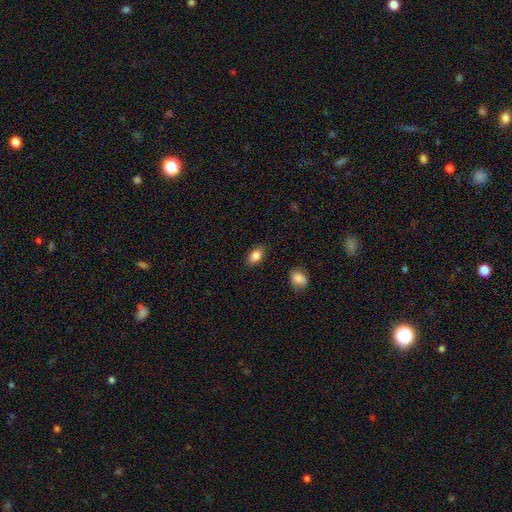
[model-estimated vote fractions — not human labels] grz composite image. It shows a smooth galaxy with no disk features (85%) that is in between round and cigar-shaped (88%). Merging: none (86%).